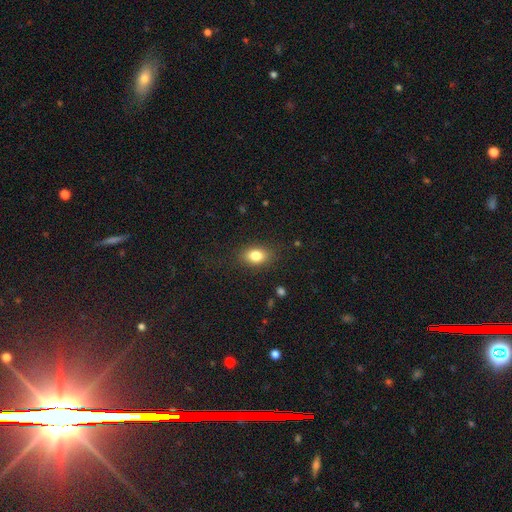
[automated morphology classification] Q: Smooth or featured?
A: smooth (82%); runner-up: star or artifact (9%)
Q: How rounded?
A: in between (80%); runner-up: round (18%)
Q: Merging?
A: none (84%); runner-up: minor disturbance (11%)